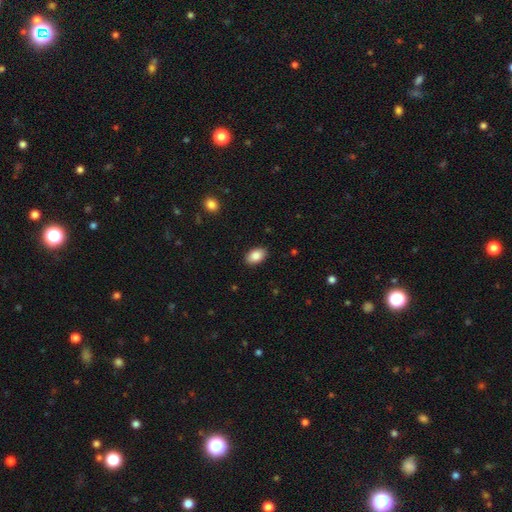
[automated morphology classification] smooth_or_featured: smooth (p=0.86) [alt: star or artifact p=0.07]
how_rounded: in between (p=0.90) [alt: round p=0.09]
merging: none (p=0.89) [alt: minor disturbance p=0.08]